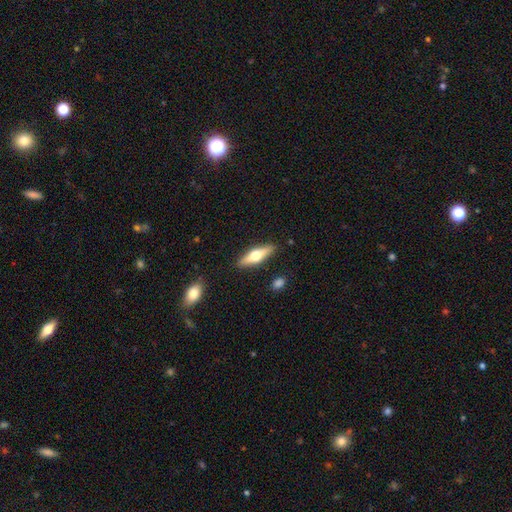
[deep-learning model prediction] Q: Smooth or featured?
A: featured or disk (54%); runner-up: smooth (40%)
Q: Edge-on disk?
A: yes (93%); runner-up: no (7%)
Q: Edge-on bulge?
A: rounded (96%); runner-up: boxy (2%)
Q: Merging?
A: none (88%); runner-up: minor disturbance (9%)